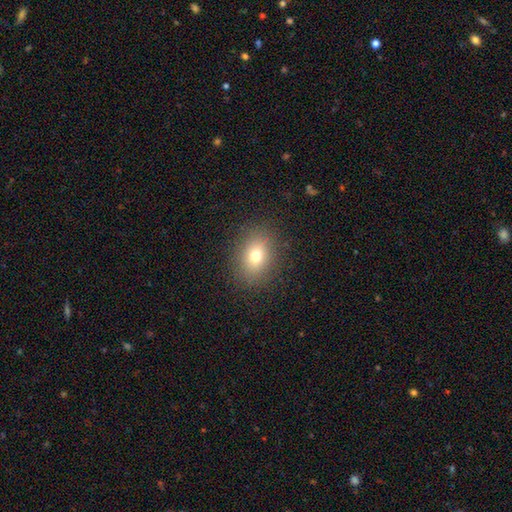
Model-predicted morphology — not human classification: Smooth or featured? Predicted: smooth (p=0.74). How rounded? Predicted: in between (p=0.53). Merging? Predicted: none (p=0.87).